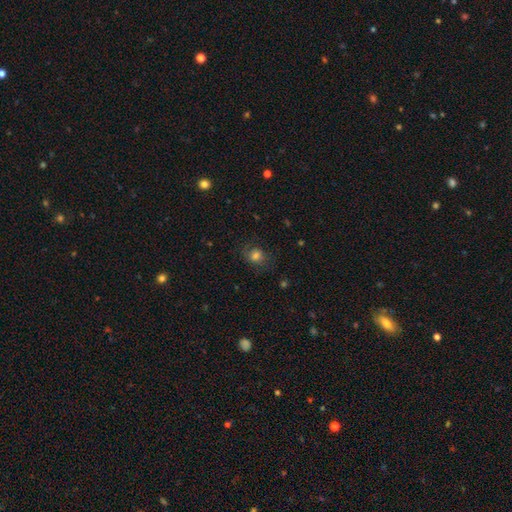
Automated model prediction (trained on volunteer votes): The model was most divided on "how rounded": round: 65%, in between: 34%, cigar-shaped: 1%. More confident: smooth or featured — smooth (70%); merging — none (68%).